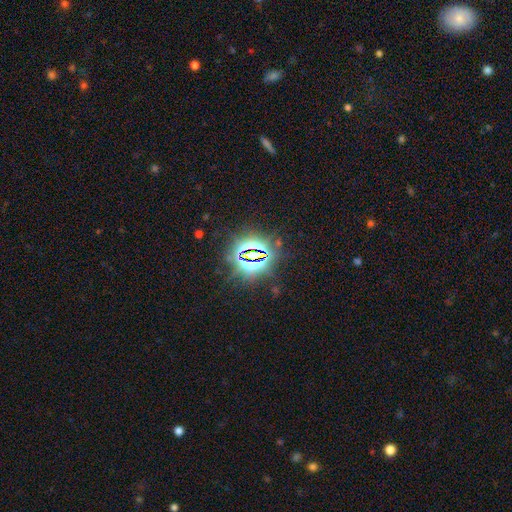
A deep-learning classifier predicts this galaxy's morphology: A star or artifact, not a galaxy (83%).

Vote fractions:
- Smooth or featured? star or artifact: 83% / smooth: 10% / featured or disk: 7%